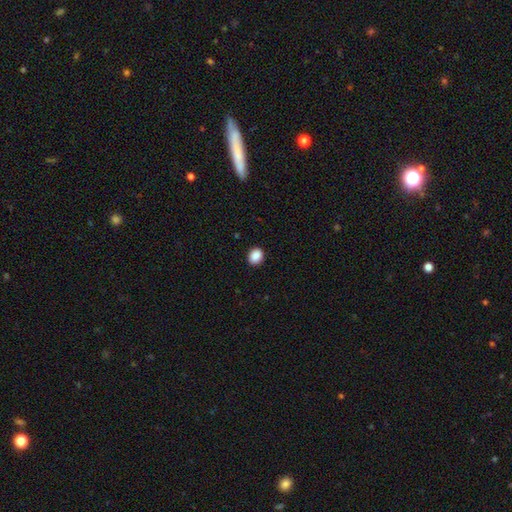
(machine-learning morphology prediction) A smooth galaxy with no disk features (89%) that is round (60%).

Vote fractions:
- Smooth or featured? smooth: 89% / star or artifact: 9% / featured or disk: 3%
- How rounded? round: 60% / in between: 39% / cigar-shaped: 1%
- Merging? none: 91% / minor disturbance: 7% / major disturbance: 2% / merger: 1%